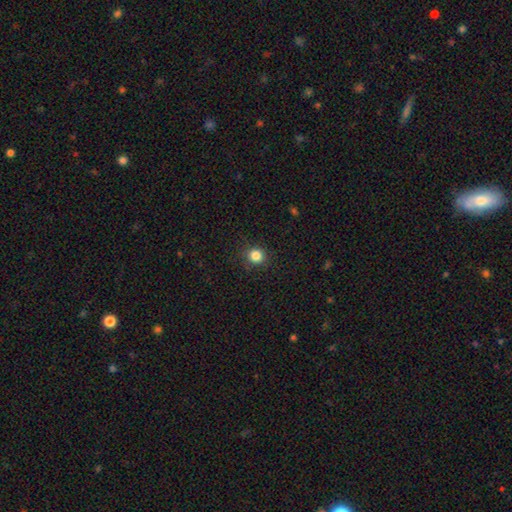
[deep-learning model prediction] The model was most divided on "smooth or featured": smooth: 84%, star or artifact: 12%, featured or disk: 4%. More confident: how rounded — round (92%); merging — none (90%).